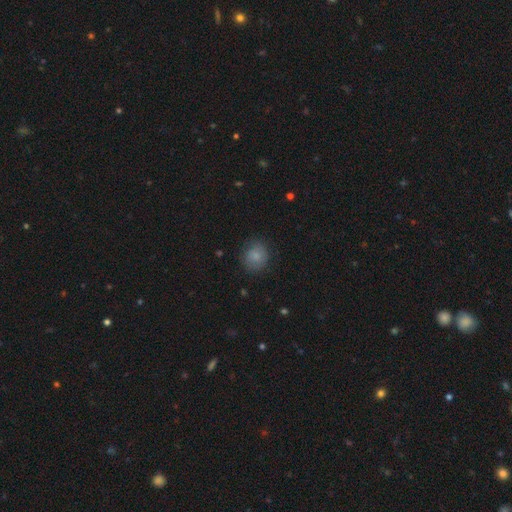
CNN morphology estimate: Overall: smooth (83%). How rounded: round (80%). Merging: none (79%).